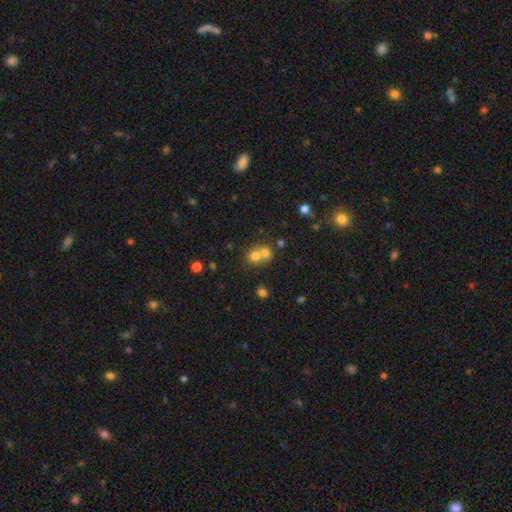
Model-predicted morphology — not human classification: The model was most divided on "merging": merger: 60%, none: 31%, minor disturbance: 5%, major disturbance: 3%. More confident: how rounded — round (78%); smooth or featured — smooth (70%).